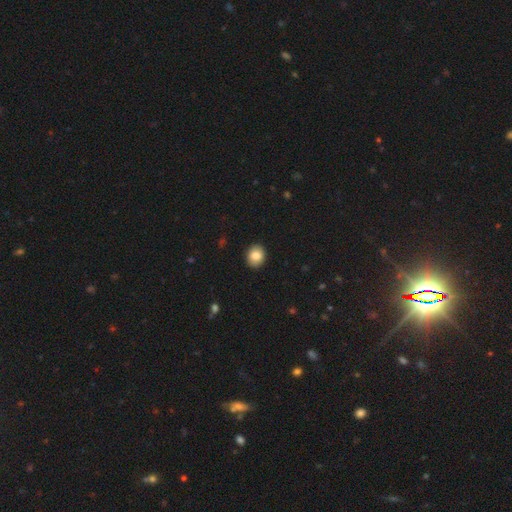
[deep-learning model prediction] Smooth or featured? smooth (84%)
How rounded? round (56%)
Merging? none (90%)